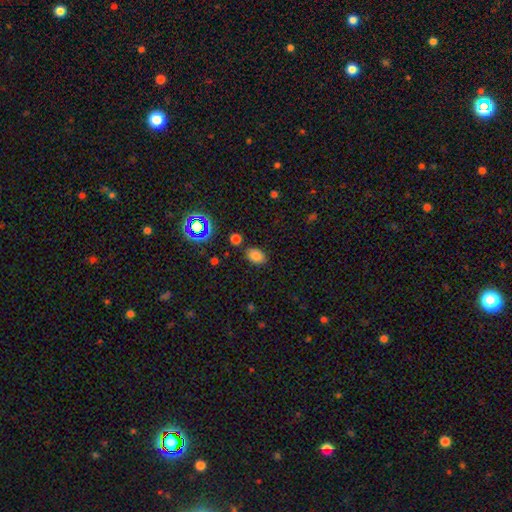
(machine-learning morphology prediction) Smooth or featured? smooth (79%)
How rounded? in between (77%)
Merging? none (81%)